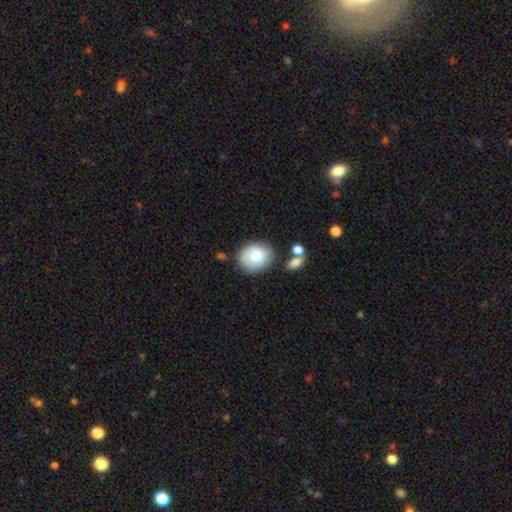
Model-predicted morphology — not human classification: Smooth or featured? Predicted: smooth (p=0.75). How rounded? Predicted: round (p=0.61). Merging? Predicted: none (p=0.66).